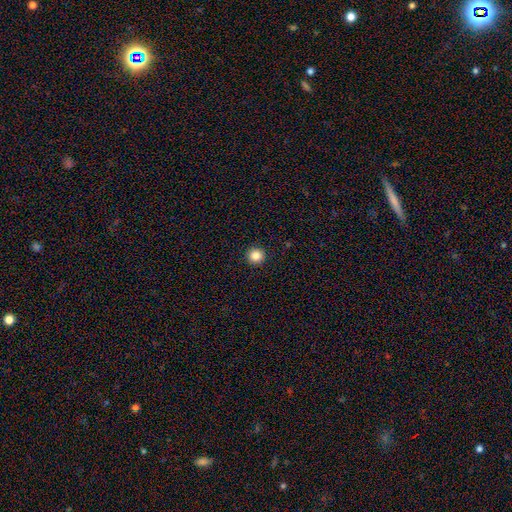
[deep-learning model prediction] A smooth galaxy with no disk features (86%) that is round (96%).

Vote fractions:
- Smooth or featured? smooth: 86% / star or artifact: 10% / featured or disk: 4%
- How rounded? round: 96% / in between: 3% / cigar-shaped: 1%
- Merging? none: 94% / minor disturbance: 4% / major disturbance: 1% / merger: 1%